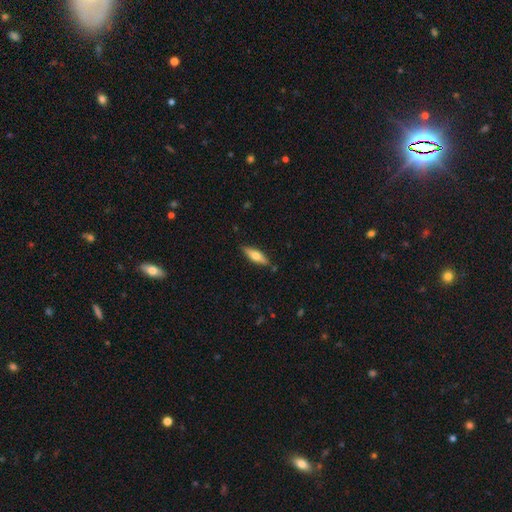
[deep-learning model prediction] Overall: smooth (51%; featured or disk 43%). How rounded: cigar-shaped (56%; in between 42%). Merging: none (85%).